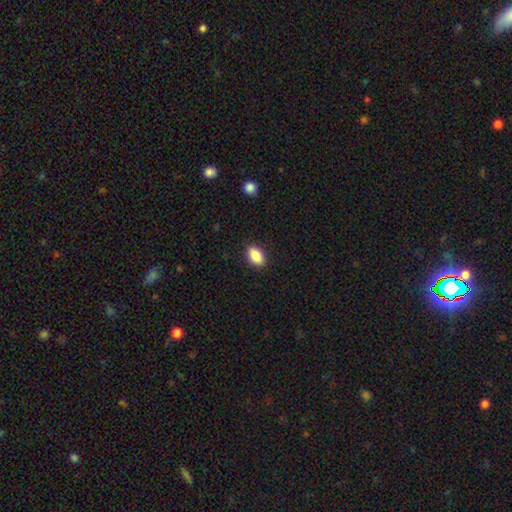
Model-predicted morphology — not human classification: The model was most divided on "smooth or featured": smooth: 87%, star or artifact: 8%, featured or disk: 5%. More confident: how rounded — in between (89%); merging — none (89%).